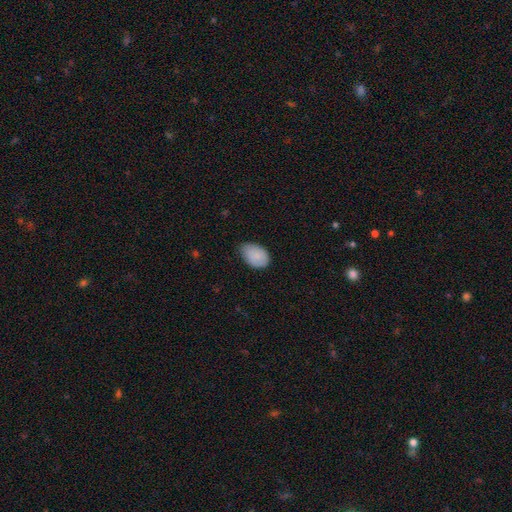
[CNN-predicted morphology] Q: Smooth or featured?
A: smooth (85%); runner-up: featured or disk (8%)
Q: How rounded?
A: in between (87%); runner-up: round (12%)
Q: Merging?
A: none (54%); runner-up: minor disturbance (39%)